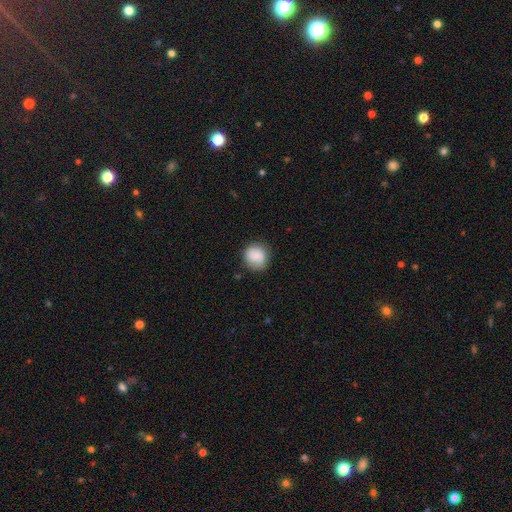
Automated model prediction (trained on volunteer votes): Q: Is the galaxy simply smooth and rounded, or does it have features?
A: smooth — 85%.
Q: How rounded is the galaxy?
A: round — 88%.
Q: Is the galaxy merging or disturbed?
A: none — 76%.